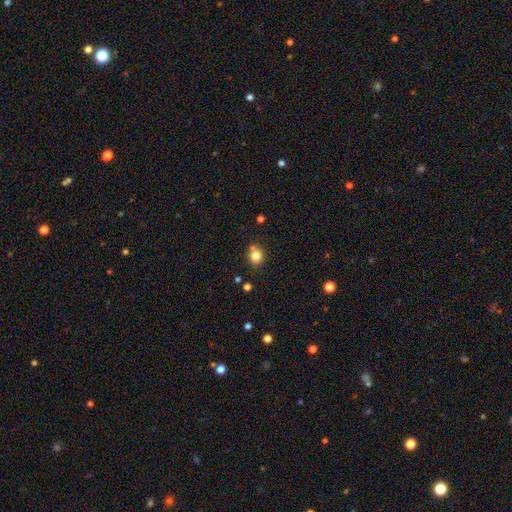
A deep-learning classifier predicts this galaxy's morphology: Smooth or featured? Predicted: smooth (p=0.81). How rounded? Predicted: round (p=0.84). Merging? Predicted: none (p=0.71).